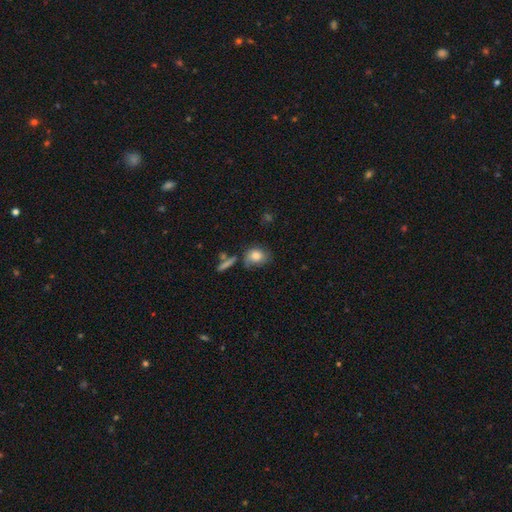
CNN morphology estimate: Smooth or featured: smooth — 80% (featured or disk — 11%)
How rounded: round — 49% (in between — 48%)
Merging: none — 59% (minor disturbance — 23%)